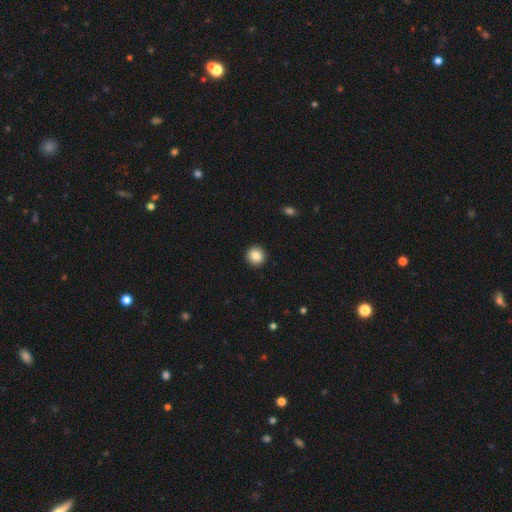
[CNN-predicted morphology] A smooth galaxy with no disk features (85%) that is round (93%).

Vote fractions:
- Smooth or featured? smooth: 85% / star or artifact: 9% / featured or disk: 6%
- How rounded? round: 93% / in between: 6% / cigar-shaped: 1%
- Merging? none: 93% / minor disturbance: 4% / major disturbance: 1% / merger: 1%